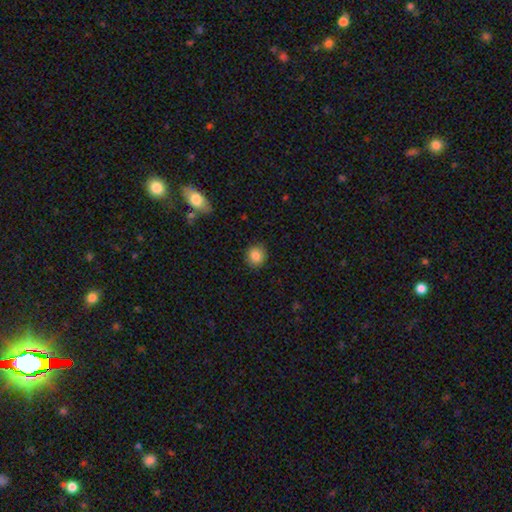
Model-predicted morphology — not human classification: smooth 86%, star or artifact 9%, featured or disk 5%. Down the decision tree: how rounded — round (86%); merging — none (89%).